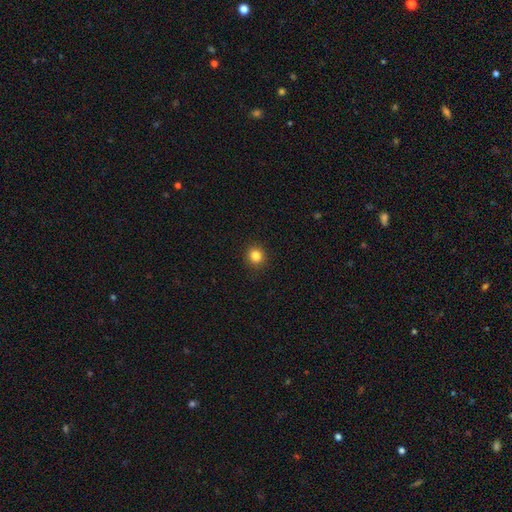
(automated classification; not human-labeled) Smooth or featured? smooth (84%)
How rounded? round (92%)
Merging? none (92%)